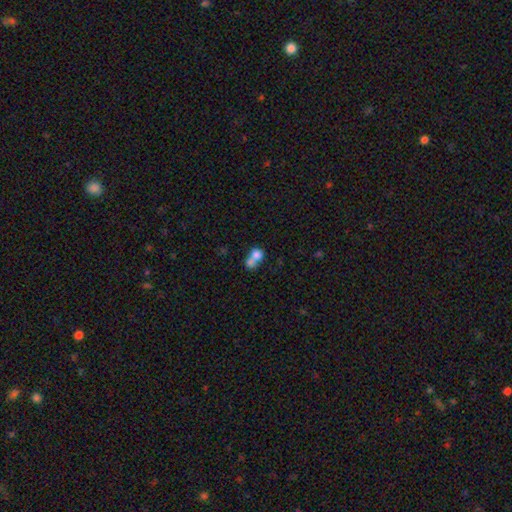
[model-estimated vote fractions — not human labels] Morphology: type=smooth (74%); roundness=round (68%); merging=merger (70%).